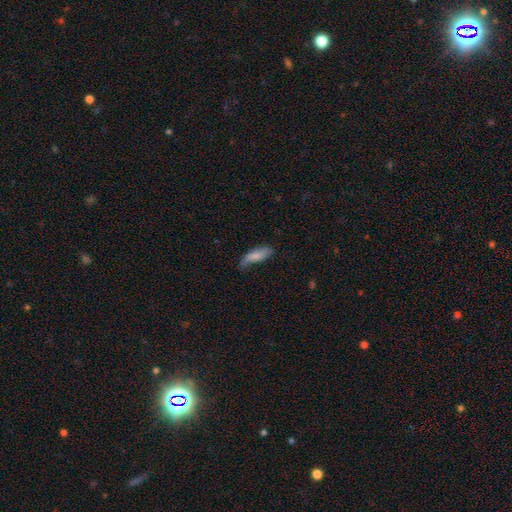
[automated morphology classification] Smooth or featured? smooth (75%)
How rounded? in between (65%)
Merging? none (43%)